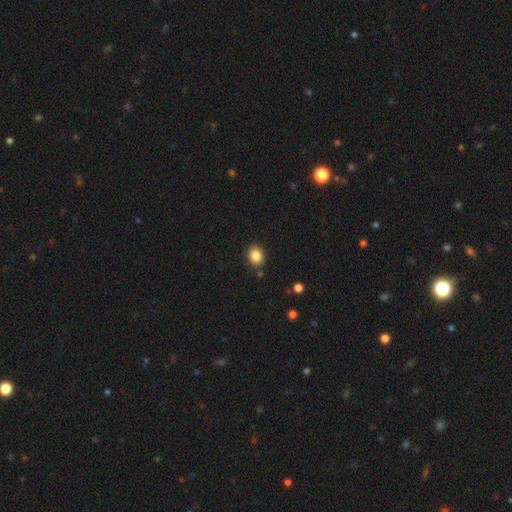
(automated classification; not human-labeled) The model was most divided on "how rounded": round: 58%, in between: 41%, cigar-shaped: 1%. More confident: merging — none (87%); smooth or featured — smooth (85%).